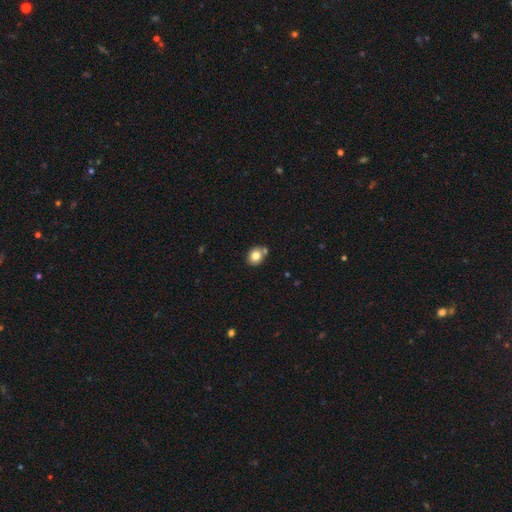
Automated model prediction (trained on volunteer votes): This is likely a smooth galaxy (80%). How rounded: likely round (60%). Merging: likely none (69%).